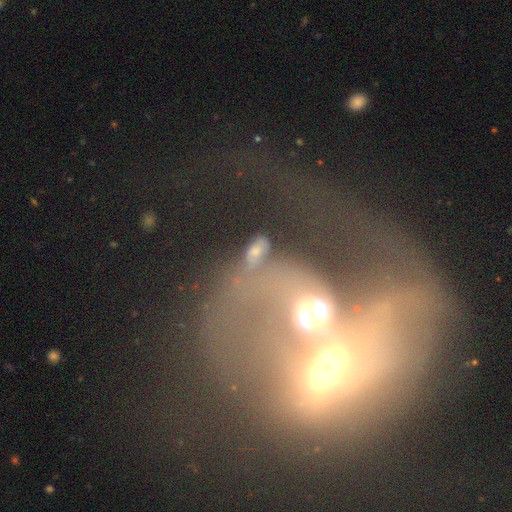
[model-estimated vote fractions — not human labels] A smooth galaxy with no disk features (42%). Merging: none (41%).